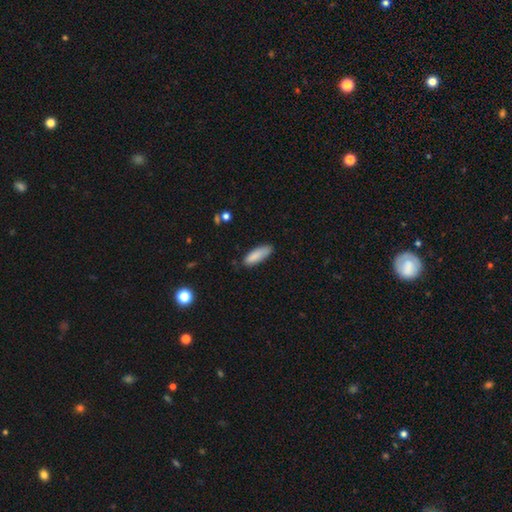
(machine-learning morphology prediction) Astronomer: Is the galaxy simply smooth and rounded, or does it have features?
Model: smooth — 87%.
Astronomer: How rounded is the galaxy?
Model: in between — 59% (runner-up: cigar-shaped, 40%).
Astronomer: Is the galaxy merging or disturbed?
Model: none — 75%.